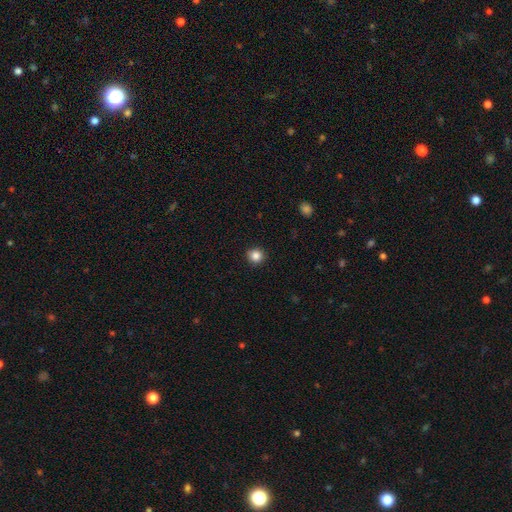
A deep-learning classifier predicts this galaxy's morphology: Smooth or featured?
  - smooth: 85% *
  - star or artifact: 11%
  - featured or disk: 4%
How rounded?
  - round: 93% *
  - in between: 6%
  - cigar-shaped: 1%
Merging?
  - none: 91% *
  - minor disturbance: 6%
  - major disturbance: 2%
  - merger: 1%